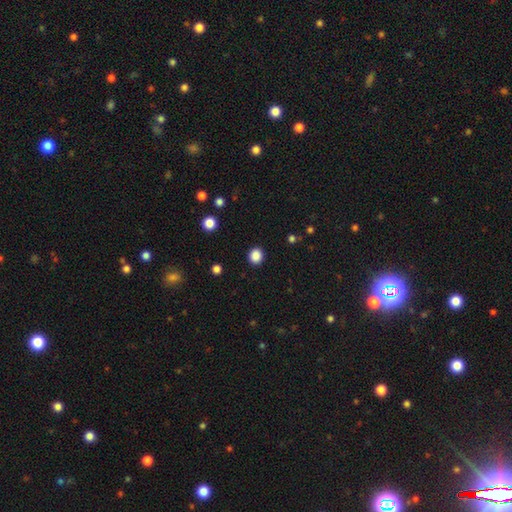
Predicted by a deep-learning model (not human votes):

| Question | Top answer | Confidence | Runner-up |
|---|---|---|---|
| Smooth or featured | smooth | 86% | star or artifact (11%) |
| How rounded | round | 84% | in between (15%) |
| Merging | none | 91% | minor disturbance (6%) |